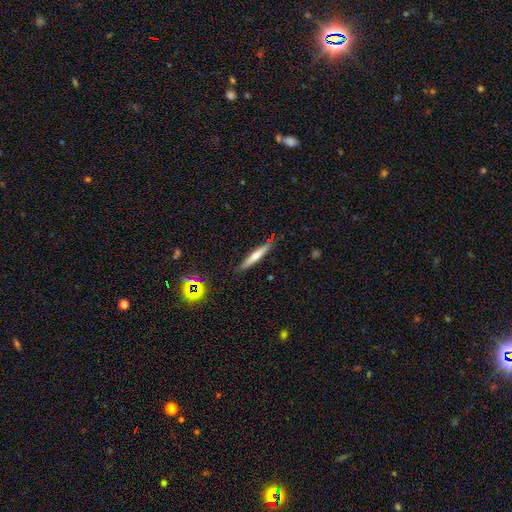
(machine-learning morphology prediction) Smooth or featured? smooth (55%)
How rounded? cigar-shaped (93%)
Merging? none (86%)